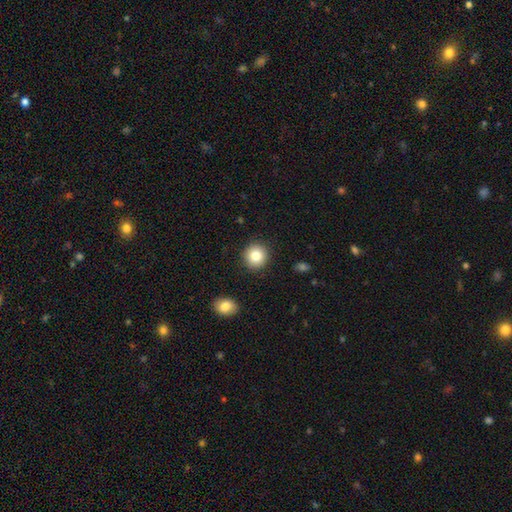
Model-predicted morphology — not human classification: Overall: smooth (83%). How rounded: round (92%). Merging: none (90%).